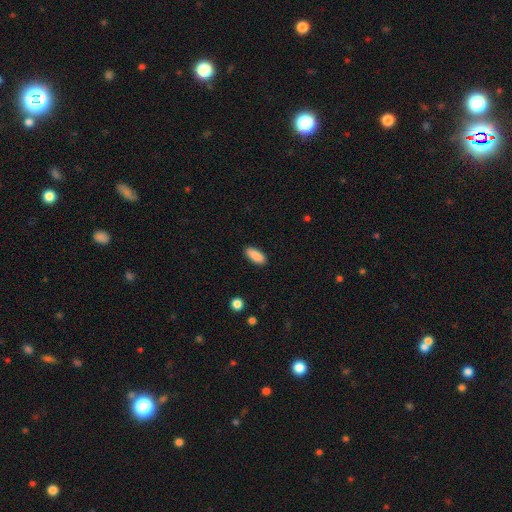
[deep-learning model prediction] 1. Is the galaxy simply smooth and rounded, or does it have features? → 90% smooth, 7% star or artifact, 4% featured or disk.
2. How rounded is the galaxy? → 81% in between, 17% cigar-shaped, 2% round.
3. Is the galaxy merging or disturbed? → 89% none, 8% minor disturbance, 2% major disturbance, 1% merger.